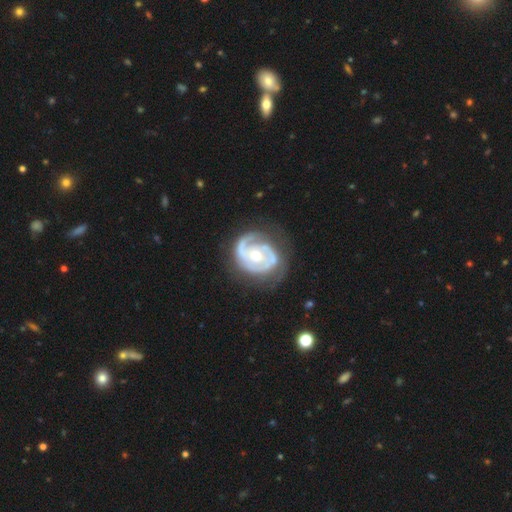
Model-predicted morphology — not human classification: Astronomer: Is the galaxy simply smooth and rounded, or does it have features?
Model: featured or disk — 88%.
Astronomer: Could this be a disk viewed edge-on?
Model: no — 98%.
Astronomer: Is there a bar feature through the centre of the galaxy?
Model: no — 70%.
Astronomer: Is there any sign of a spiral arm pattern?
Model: yes — 94%.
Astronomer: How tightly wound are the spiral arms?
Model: tight — 61%.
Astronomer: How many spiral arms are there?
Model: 2 — 53%.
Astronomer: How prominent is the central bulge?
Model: moderate — 62%.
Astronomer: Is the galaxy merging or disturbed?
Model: none — 63%.